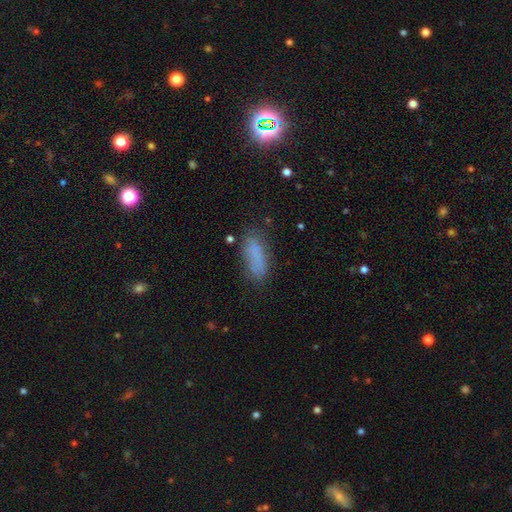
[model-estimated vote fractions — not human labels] This appears to be a smooth galaxy with no disk features (81%) that is in between round and cigar-shaped (67%). Merging: none (72%).